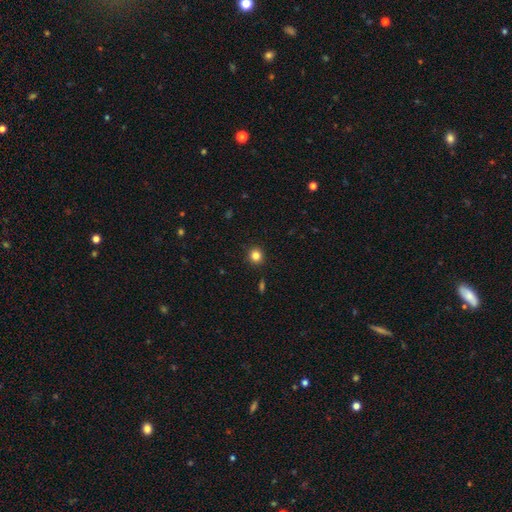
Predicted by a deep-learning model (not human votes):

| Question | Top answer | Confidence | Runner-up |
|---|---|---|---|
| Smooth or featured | smooth | 83% | star or artifact (12%) |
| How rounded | round | 91% | in between (8%) |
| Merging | none | 92% | minor disturbance (5%) |